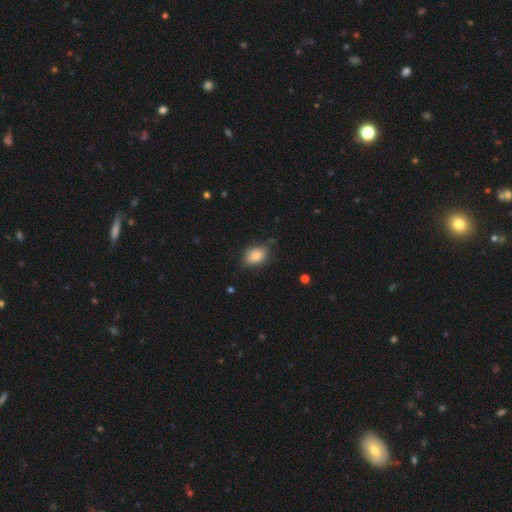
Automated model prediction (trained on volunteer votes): Smooth or featured? Predicted: smooth (p=0.83). How rounded? Predicted: in between (p=0.78). Merging? Predicted: none (p=0.75).